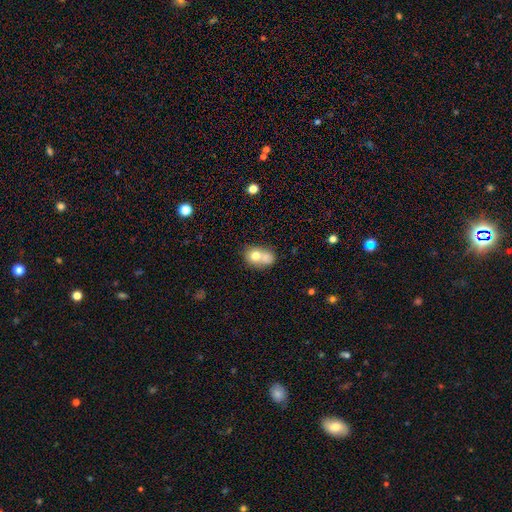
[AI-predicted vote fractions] This is likely a smooth galaxy (71%). How rounded: possibly in between (51%). Merging: possibly merger (59%).